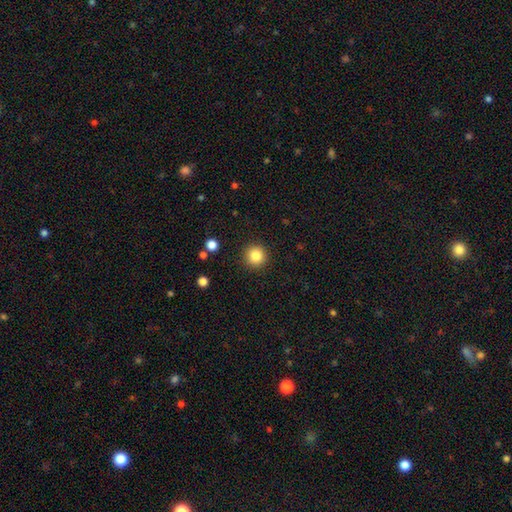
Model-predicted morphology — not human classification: smooth_or_featured: smooth (p=0.84) [alt: star or artifact p=0.11]
how_rounded: round (p=0.95) [alt: in between p=0.04]
merging: none (p=0.92) [alt: minor disturbance p=0.05]